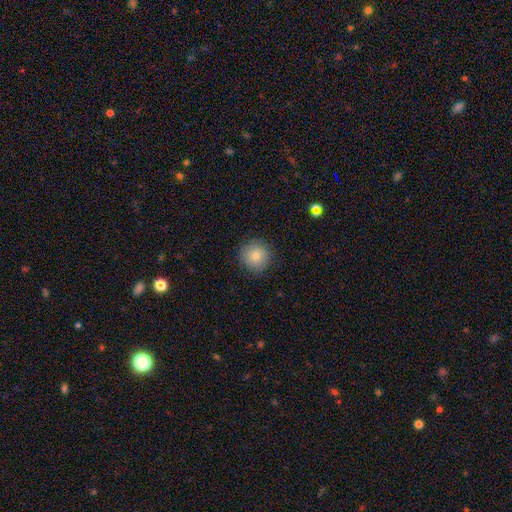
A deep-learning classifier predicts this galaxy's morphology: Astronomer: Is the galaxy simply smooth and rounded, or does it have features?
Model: smooth — 78%.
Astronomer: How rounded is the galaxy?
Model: round — 95%.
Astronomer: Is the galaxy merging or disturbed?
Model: none — 89%.